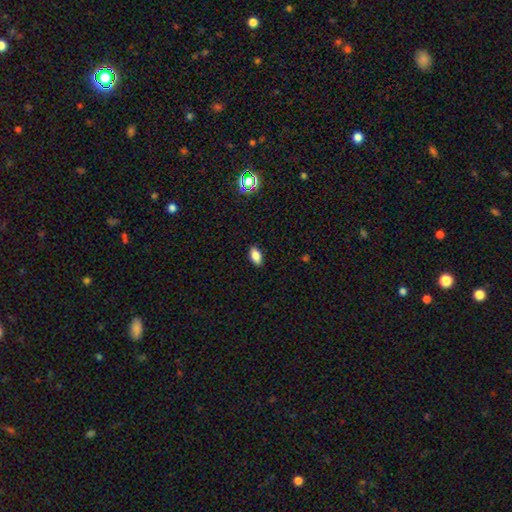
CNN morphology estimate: Smooth or featured?
  - smooth: 83% *
  - star or artifact: 10%
  - featured or disk: 7%
How rounded?
  - in between: 89% *
  - cigar-shaped: 6%
  - round: 4%
Merging?
  - none: 89% *
  - minor disturbance: 9%
  - major disturbance: 2%
  - merger: 1%